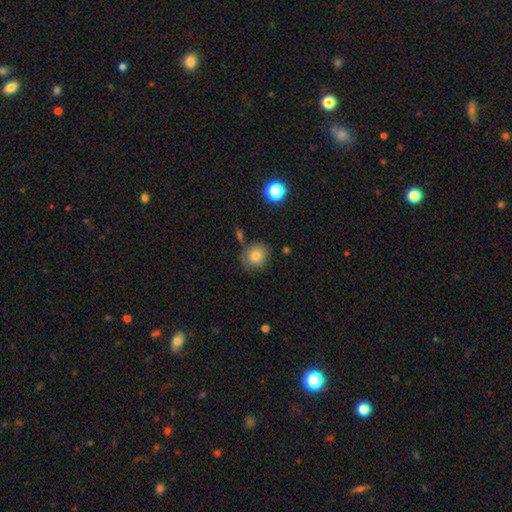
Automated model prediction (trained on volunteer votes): Smooth or featured?
  - smooth: 80% *
  - featured or disk: 10%
  - star or artifact: 10%
How rounded?
  - round: 80% *
  - in between: 19%
  - cigar-shaped: 1%
Merging?
  - none: 73% *
  - minor disturbance: 16%
  - merger: 6%
  - major disturbance: 4%